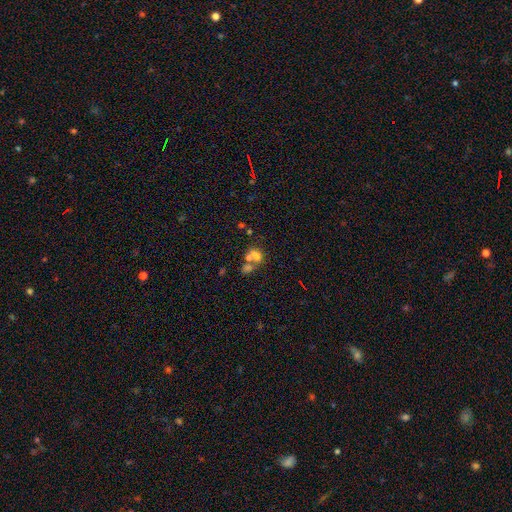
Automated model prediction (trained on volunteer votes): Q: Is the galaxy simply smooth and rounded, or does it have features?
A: smooth — 60%.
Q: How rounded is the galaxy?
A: in between — 63%.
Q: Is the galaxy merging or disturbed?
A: merger — 56%.